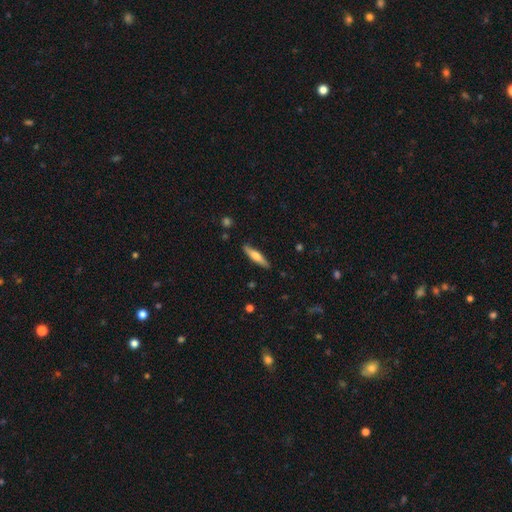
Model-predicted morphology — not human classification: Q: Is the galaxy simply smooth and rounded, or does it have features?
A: smooth — 56%.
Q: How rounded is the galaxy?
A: cigar-shaped — 81%.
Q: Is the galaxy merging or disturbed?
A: none — 88%.